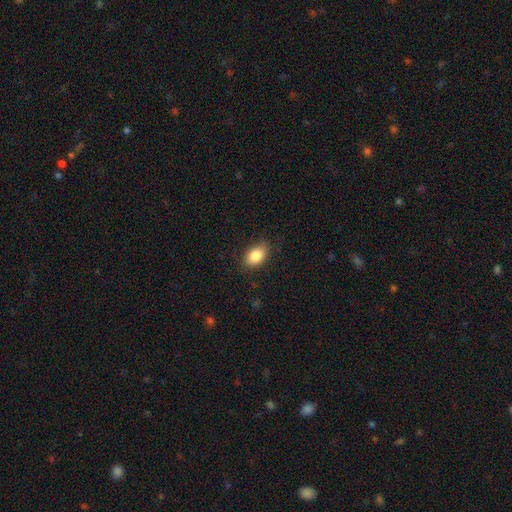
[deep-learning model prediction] The model was most divided on "merging": none: 82%, minor disturbance: 14%, major disturbance: 3%, merger: 1%. More confident: smooth or featured — smooth (85%); how rounded — in between (84%).